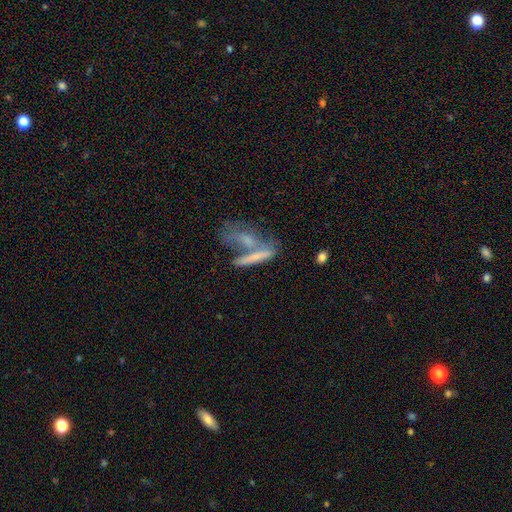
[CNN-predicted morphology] Smooth or featured: smooth — 53% (featured or disk — 37%)
How rounded: cigar-shaped — 73% (in between — 22%)
Merging: merger — 48% (none — 32%)